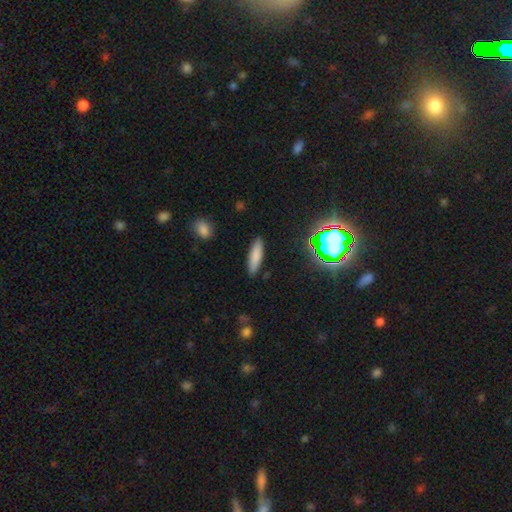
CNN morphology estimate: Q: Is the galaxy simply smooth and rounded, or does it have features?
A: smooth — 81%.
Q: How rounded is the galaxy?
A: cigar-shaped — 65%.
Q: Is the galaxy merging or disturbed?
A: none — 88%.